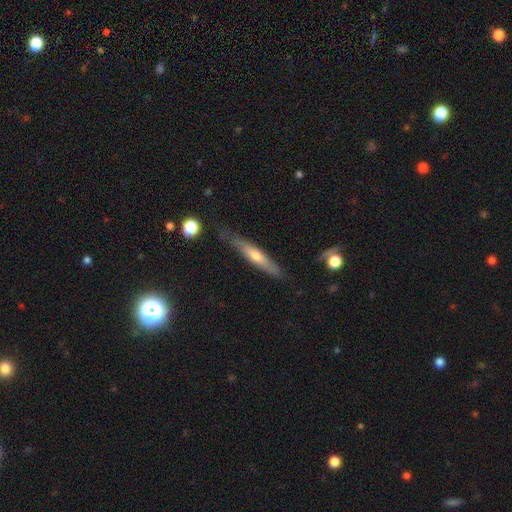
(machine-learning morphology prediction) Smooth or featured? featured or disk (51%)
Edge-on disk? yes (87%)
Merging? none (79%)